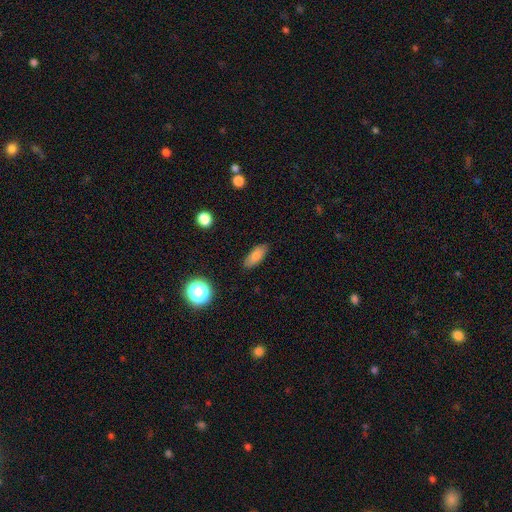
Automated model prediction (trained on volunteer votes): A smooth galaxy with no disk features (79%) that is in between round and cigar-shaped (77%).

Vote fractions:
- Smooth or featured? smooth: 79% / featured or disk: 12% / star or artifact: 9%
- How rounded? in between: 77% / cigar-shaped: 19% / round: 4%
- Merging? none: 86% / minor disturbance: 10% / major disturbance: 2% / merger: 1%